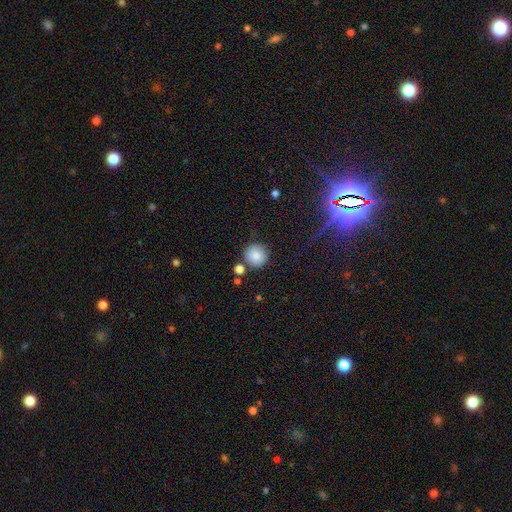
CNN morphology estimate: A smooth galaxy with no disk features (85%) that is round (94%). Merging: none (79%).